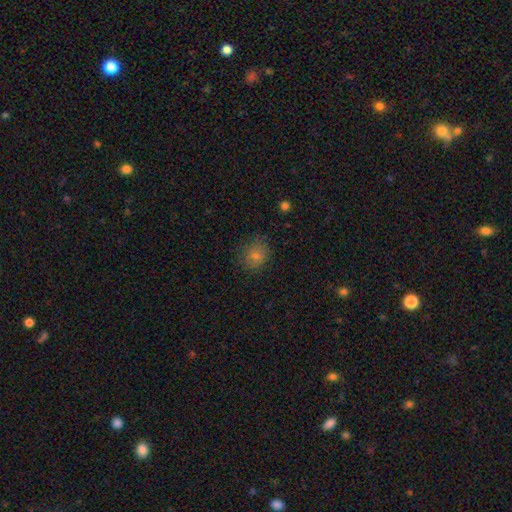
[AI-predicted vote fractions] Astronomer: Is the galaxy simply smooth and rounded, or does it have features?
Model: smooth — 75%.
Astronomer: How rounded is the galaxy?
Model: round — 65%.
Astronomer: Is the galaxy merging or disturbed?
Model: none — 79%.